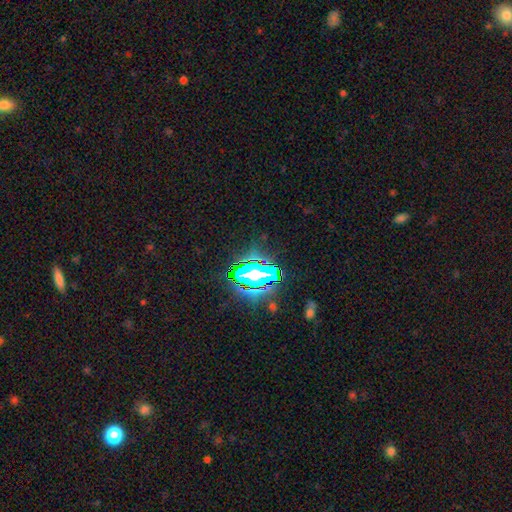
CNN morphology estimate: Smooth or featured? star or artifact (65%)